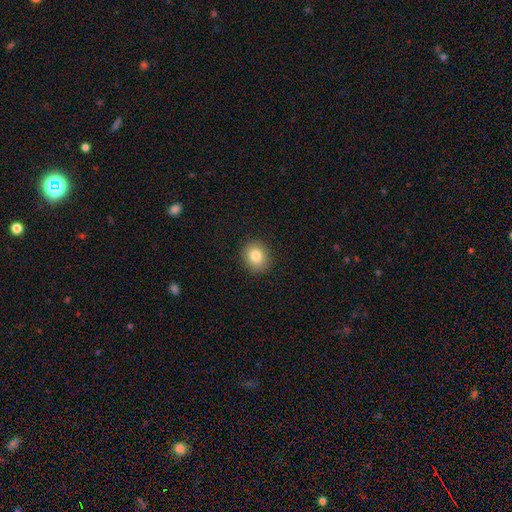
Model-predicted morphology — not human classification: This is clearly a smooth galaxy (82%). How rounded: likely round (69%). Merging: clearly none (90%).